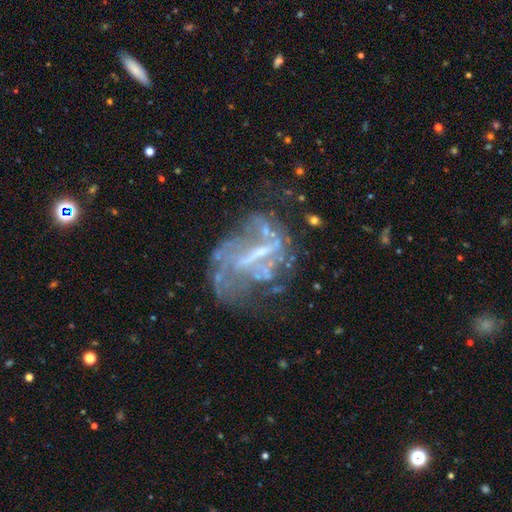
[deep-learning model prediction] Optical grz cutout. It shows a featured or disk galaxy (74%) with a strong bar (42%), no spiral arms (56%) and no central bulge (40%). Merging: none (37%).